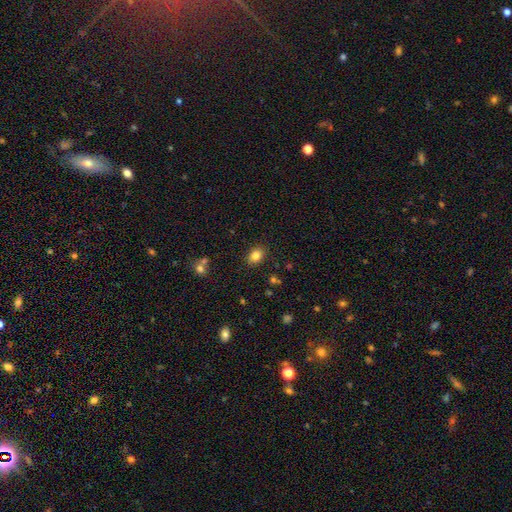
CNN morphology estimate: This appears to be a smooth galaxy with no disk features (82%) that is in between round and cigar-shaped (69%). Merging: none (86%).